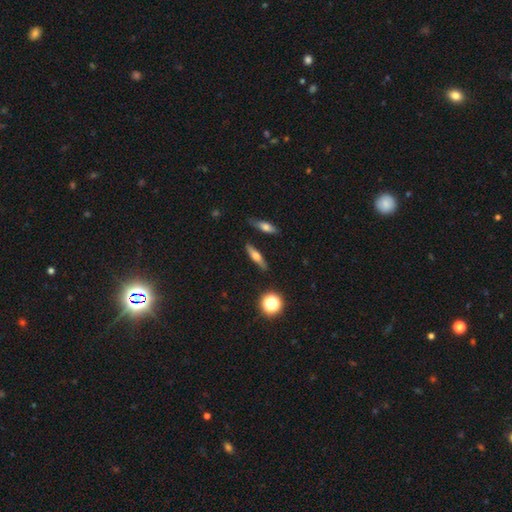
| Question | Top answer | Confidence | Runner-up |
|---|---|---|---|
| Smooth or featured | smooth | 53% | featured or disk (42%) |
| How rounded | cigar-shaped | 58% | round (21%) |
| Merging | none | 88% | minor disturbance (12%) |